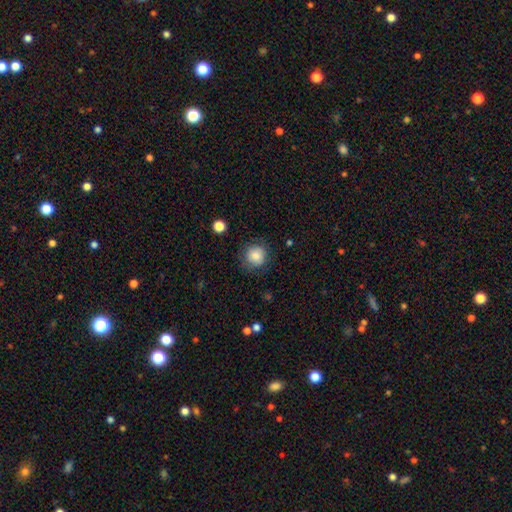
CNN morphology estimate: smooth 83%, star or artifact 9%, featured or disk 8%. Down the decision tree: how rounded — round (91%); merging — none (81%).